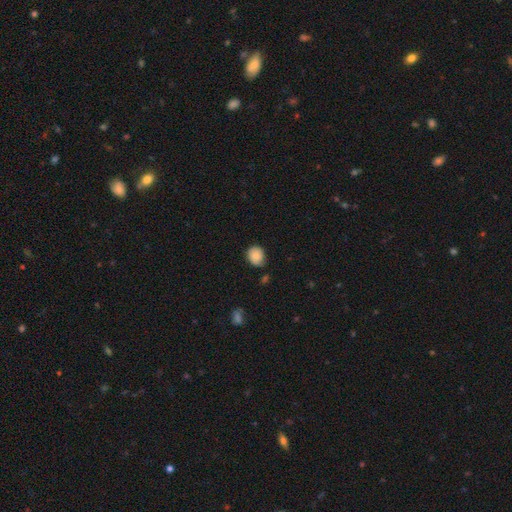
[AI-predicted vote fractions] Smooth or featured? smooth (82%)
How rounded? round (67%)
Merging? none (67%)